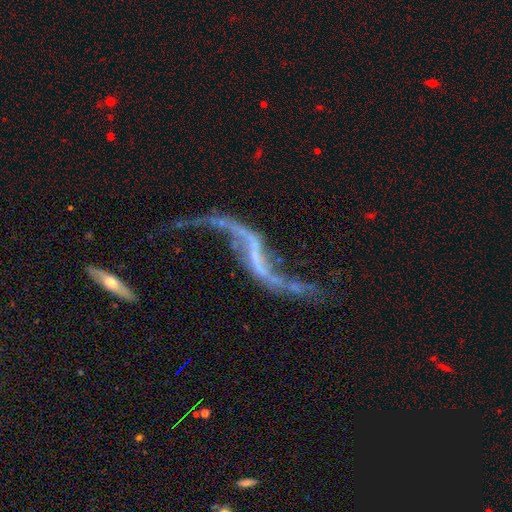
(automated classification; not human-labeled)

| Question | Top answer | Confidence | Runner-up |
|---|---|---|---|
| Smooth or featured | featured or disk | 89% | star or artifact (7%) |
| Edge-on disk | no | 91% | yes (9%) |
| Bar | strong | 43% | weak (30%) |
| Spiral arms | yes | 92% | no (8%) |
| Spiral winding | loose | 96% | medium (3%) |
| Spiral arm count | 2 | 93% | 1 (3%) |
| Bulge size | none | 62% | small (31%) |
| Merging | none | 53% | major disturbance (21%) |